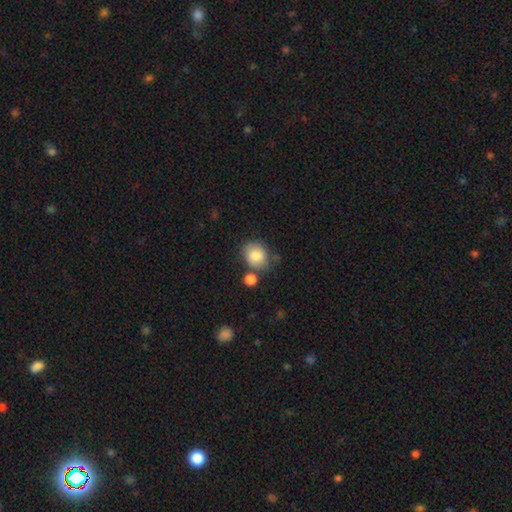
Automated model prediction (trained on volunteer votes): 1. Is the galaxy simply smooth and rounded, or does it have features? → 84% smooth, 8% star or artifact, 8% featured or disk.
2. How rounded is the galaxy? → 64% round, 35% in between, 1% cigar-shaped.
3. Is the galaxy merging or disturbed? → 62% none, 17% minor disturbance, 14% merger, 6% major disturbance.